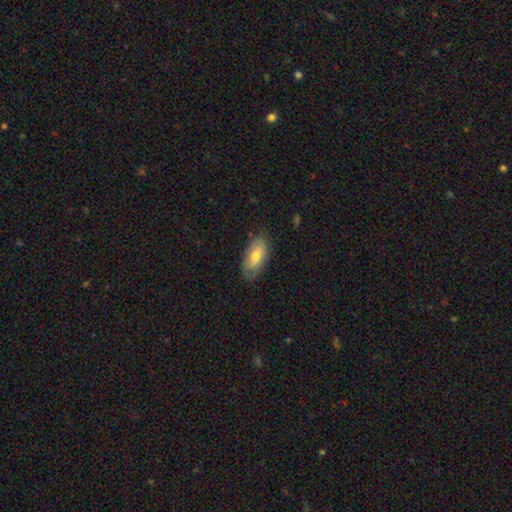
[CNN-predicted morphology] Smooth or featured: smooth — 73% (featured or disk — 21%)
How rounded: in between — 88% (cigar-shaped — 9%)
Merging: none — 80% (minor disturbance — 16%)